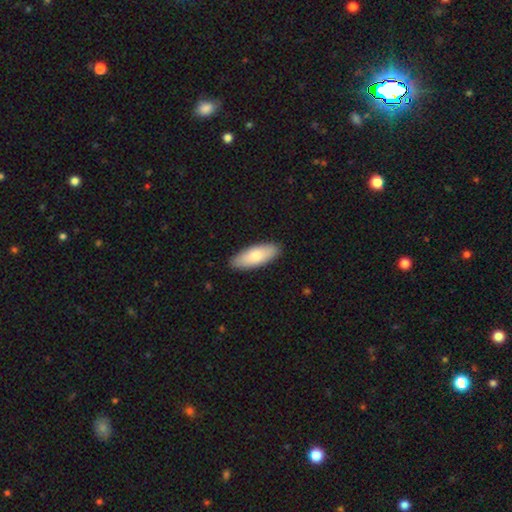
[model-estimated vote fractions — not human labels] Smooth or featured: smooth — 79% (featured or disk — 16%)
How rounded: in between — 75% (cigar-shaped — 23%)
Merging: none — 88% (minor disturbance — 9%)